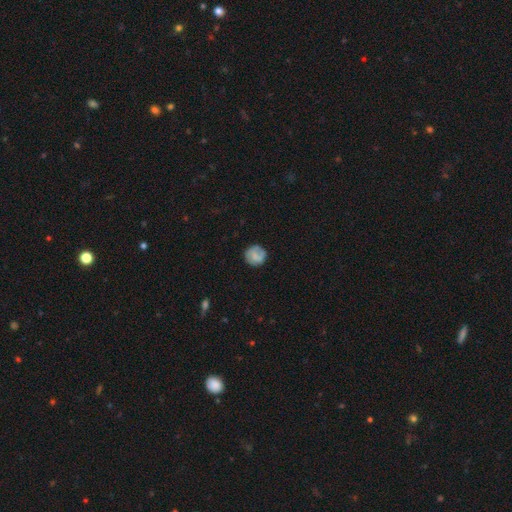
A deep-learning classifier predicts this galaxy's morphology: Smooth or featured? Predicted: smooth (p=0.64). How rounded? Predicted: round (p=0.90). Merging? Predicted: none (p=0.78).